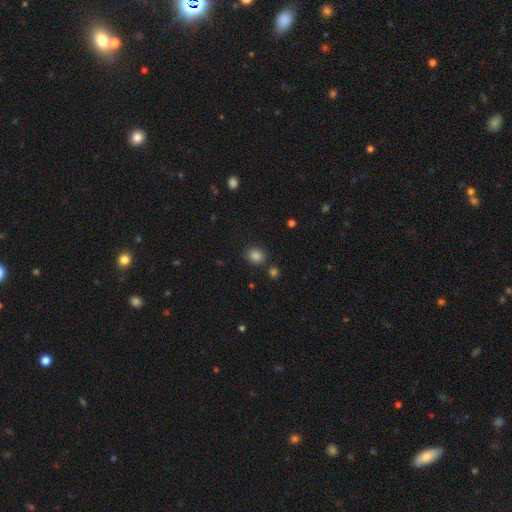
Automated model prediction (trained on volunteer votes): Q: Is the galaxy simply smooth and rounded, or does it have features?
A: smooth — 84%.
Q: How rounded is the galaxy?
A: round — 66%.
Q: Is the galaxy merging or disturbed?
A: none — 81%.